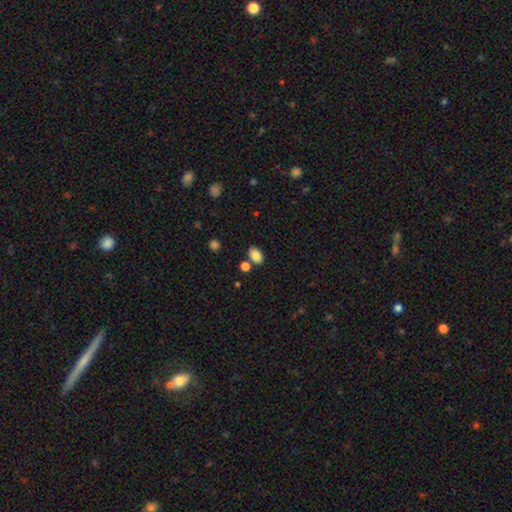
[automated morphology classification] The model was most divided on "merging": none: 72%, merger: 13%, minor disturbance: 11%, major disturbance: 3%. More confident: how rounded — in between (88%); smooth or featured — smooth (85%).